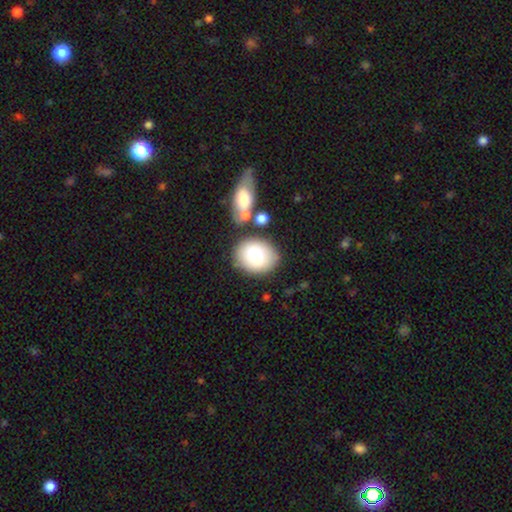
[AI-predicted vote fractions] Smooth or featured? Predicted: smooth (p=0.76). How rounded? Predicted: round (p=0.50). Merging? Predicted: none (p=0.73).